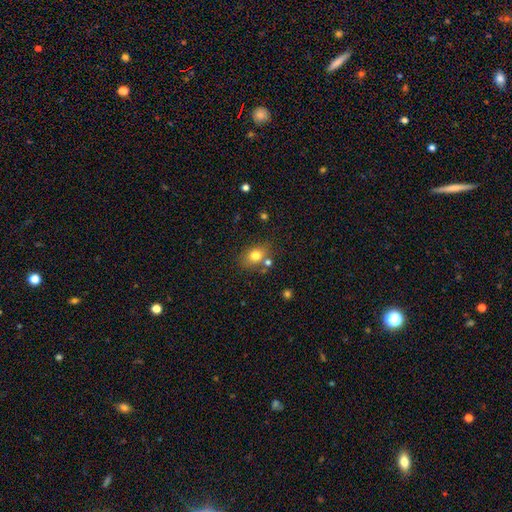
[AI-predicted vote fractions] Smooth or featured?
  - smooth: 77% *
  - star or artifact: 12%
  - featured or disk: 11%
How rounded?
  - in between: 51% *
  - round: 47%
  - cigar-shaped: 1%
Merging?
  - none: 68% *
  - minor disturbance: 14%
  - merger: 14%
  - major disturbance: 4%